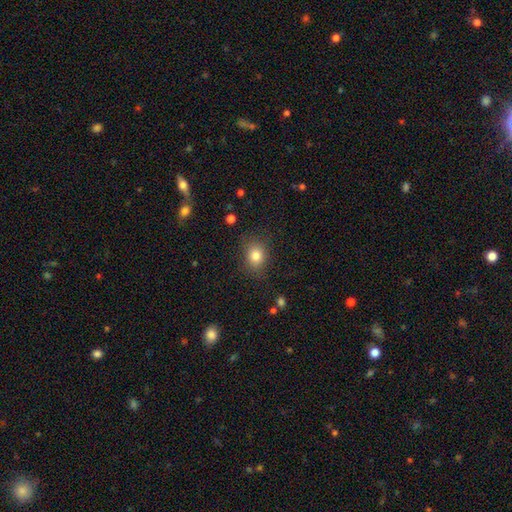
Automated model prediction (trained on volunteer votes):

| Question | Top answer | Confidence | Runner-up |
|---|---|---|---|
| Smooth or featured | smooth | 82% | star or artifact (11%) |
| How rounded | round | 55% | in between (44%) |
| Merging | none | 80% | minor disturbance (14%) |